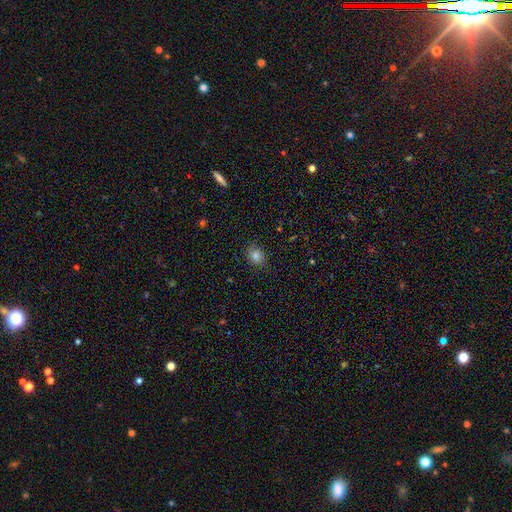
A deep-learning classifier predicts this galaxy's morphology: This appears to be a smooth galaxy with no disk features (81%) that is round (50%). Merging: none (84%).